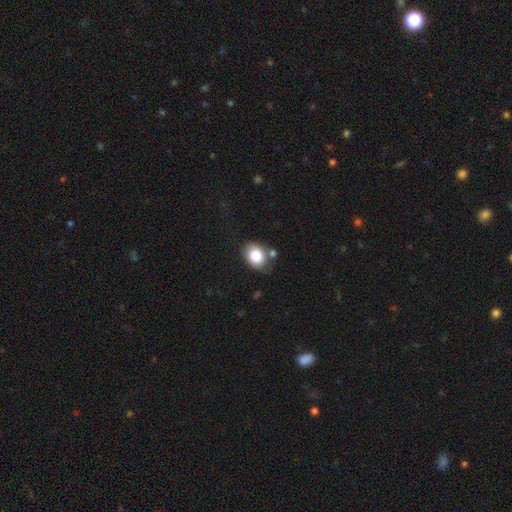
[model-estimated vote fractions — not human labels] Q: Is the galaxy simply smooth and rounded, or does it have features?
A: smooth — 83%.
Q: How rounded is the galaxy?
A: in between — 62%.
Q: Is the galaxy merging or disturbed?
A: none — 67%.